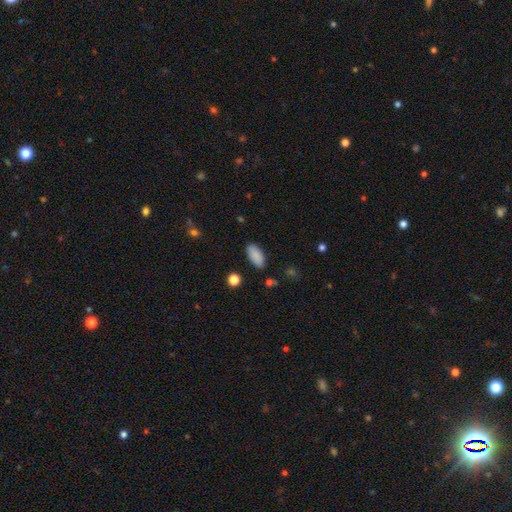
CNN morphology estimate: smooth 88%, star or artifact 7%, featured or disk 5%. Down the decision tree: how rounded — in between (90%); merging — none (86%).